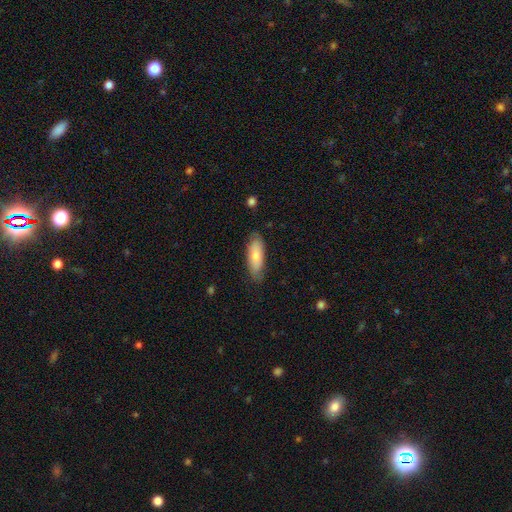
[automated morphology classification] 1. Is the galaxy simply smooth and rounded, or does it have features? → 75% smooth, 19% featured or disk, 6% star or artifact.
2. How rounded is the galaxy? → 63% in between, 35% cigar-shaped, 2% round.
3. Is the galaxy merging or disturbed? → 80% none, 16% minor disturbance, 3% major disturbance, 1% merger.